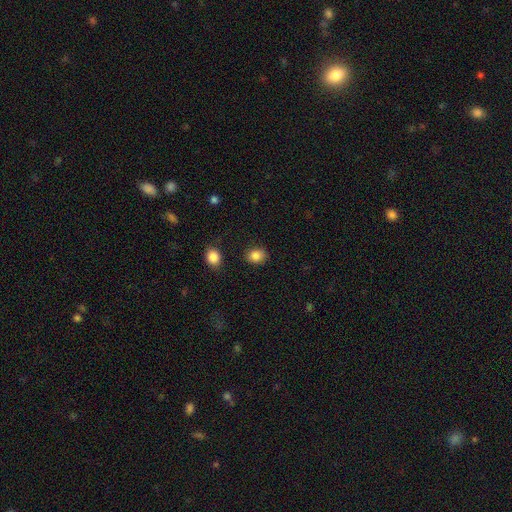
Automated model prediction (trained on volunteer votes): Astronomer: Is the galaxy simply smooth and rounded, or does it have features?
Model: smooth — 86%.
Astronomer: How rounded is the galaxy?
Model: in between — 51% (runner-up: round, 48%).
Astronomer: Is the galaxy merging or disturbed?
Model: none — 85%.